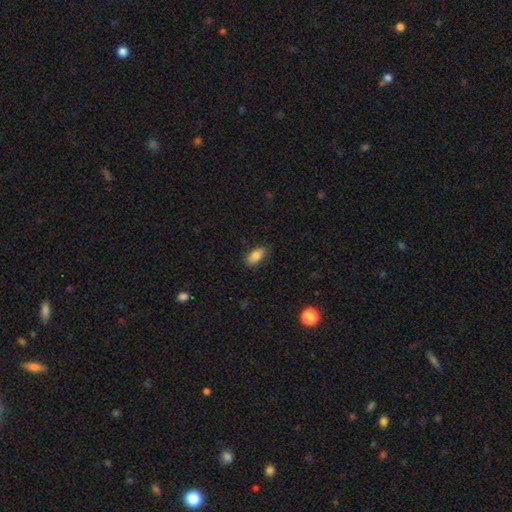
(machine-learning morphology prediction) Smooth or featured: smooth — 83% (featured or disk — 10%)
How rounded: in between — 87% (cigar-shaped — 10%)
Merging: none — 82% (minor disturbance — 14%)